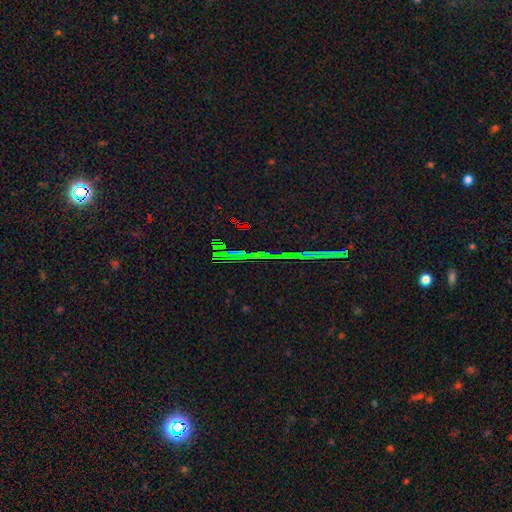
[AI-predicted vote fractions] star or artifact 76%, featured or disk 14%, smooth 10%.